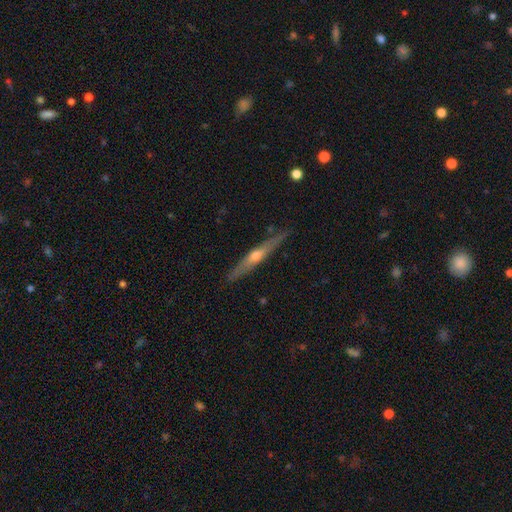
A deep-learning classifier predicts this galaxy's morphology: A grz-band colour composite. It shows a featured or disk galaxy (74%) viewed edge-on (97%) with a rounded central bulge (87%). Merging: none (89%).